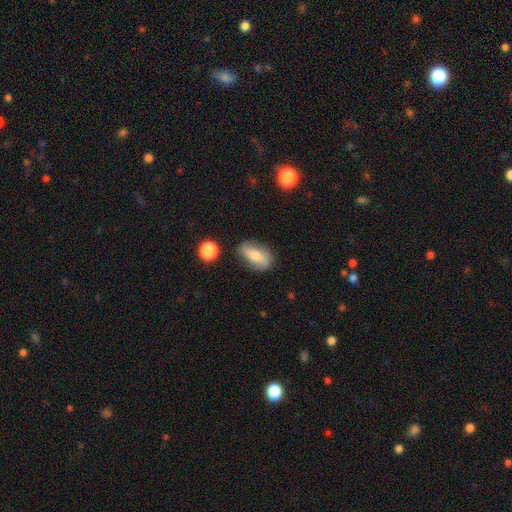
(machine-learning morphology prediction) A smooth galaxy with no disk features (61%) that is in between round and cigar-shaped (82%).

Vote fractions:
- Smooth or featured? smooth: 61% / featured or disk: 30% / star or artifact: 8%
- How rounded? in between: 82% / cigar-shaped: 9% / round: 9%
- Merging? none: 73% / minor disturbance: 19% / major disturbance: 5% / merger: 3%